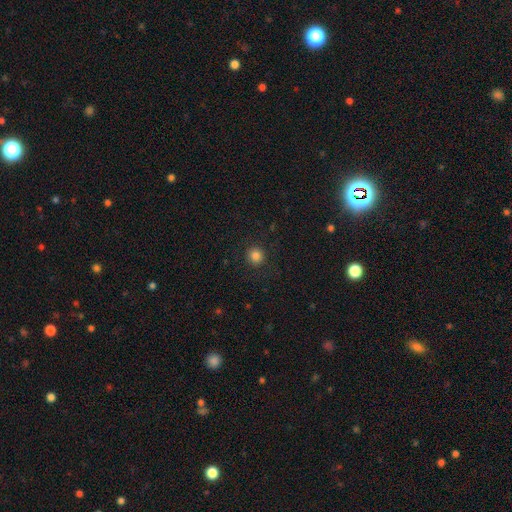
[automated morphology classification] Smooth or featured: smooth — 84% (star or artifact — 12%)
How rounded: round — 94% (in between — 5%)
Merging: none — 91% (minor disturbance — 6%)